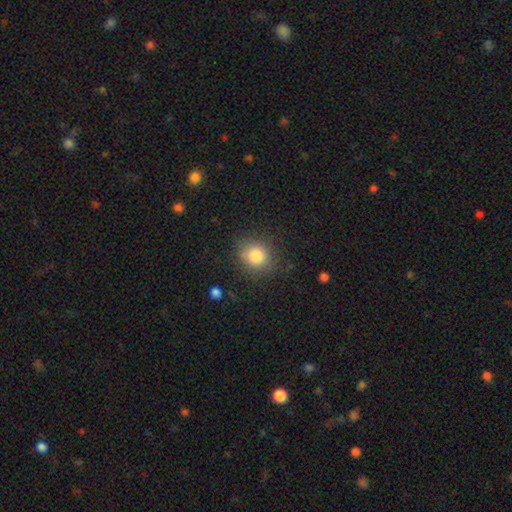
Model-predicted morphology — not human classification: The model was most divided on "how rounded": round: 76%, in between: 23%, cigar-shaped: 1%. More confident: smooth or featured — smooth (83%); merging — none (79%).